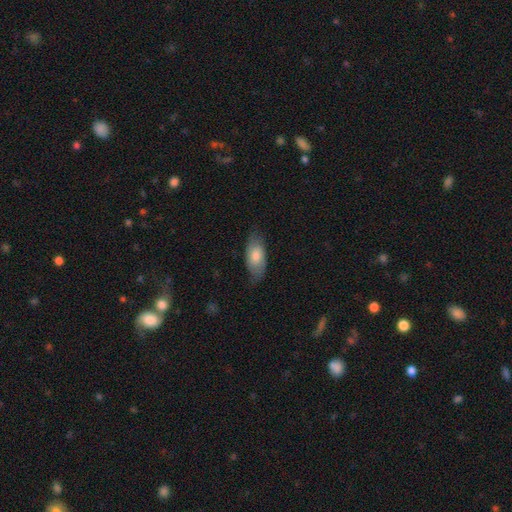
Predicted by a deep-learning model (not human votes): Morphology: type=smooth (66%); roundness=in between (87%); merging=none (73%).